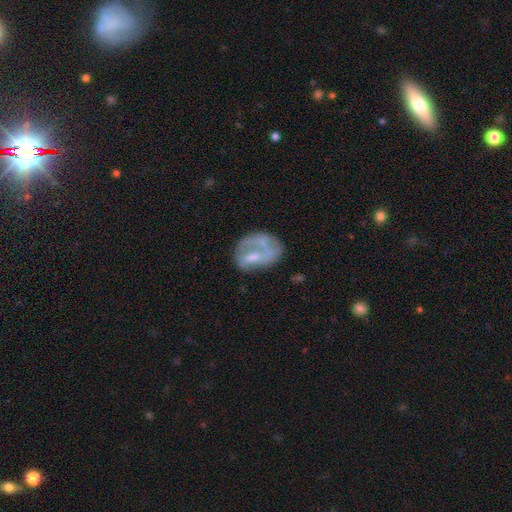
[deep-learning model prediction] A featured or disk galaxy (56%) with no bar (67%), no spiral arms (63%) and a moderate central bulge (35%). Merging: none (38%).